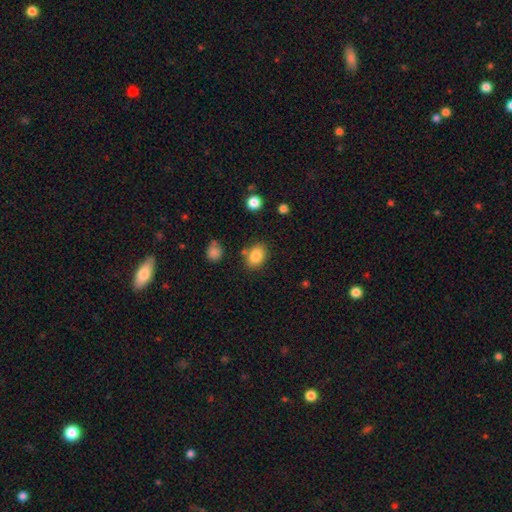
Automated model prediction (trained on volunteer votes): smooth 85%, star or artifact 9%, featured or disk 6%. Down the decision tree: how rounded — in between (71%); merging — none (78%).